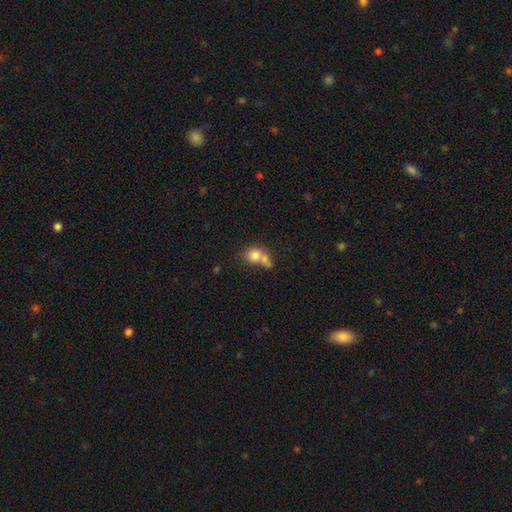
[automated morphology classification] smooth_or_featured: smooth (p=0.75) [alt: featured or disk p=0.14]
how_rounded: round (p=0.66) [alt: in between p=0.32]
merging: merger (p=0.54) [alt: none p=0.30]